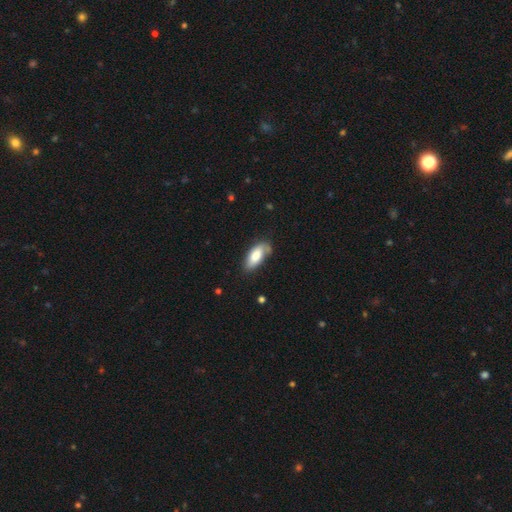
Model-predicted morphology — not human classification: The model was most divided on "merging": none: 60%, minor disturbance: 28%, major disturbance: 8%, merger: 4%. More confident: how rounded — in between (85%); smooth or featured — smooth (75%).